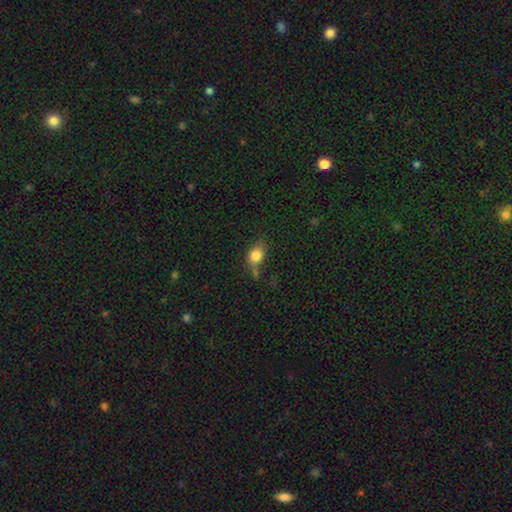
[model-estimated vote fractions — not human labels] This is clearly a smooth galaxy (82%). How rounded: likely in between (67%). Merging: possibly none (52%).